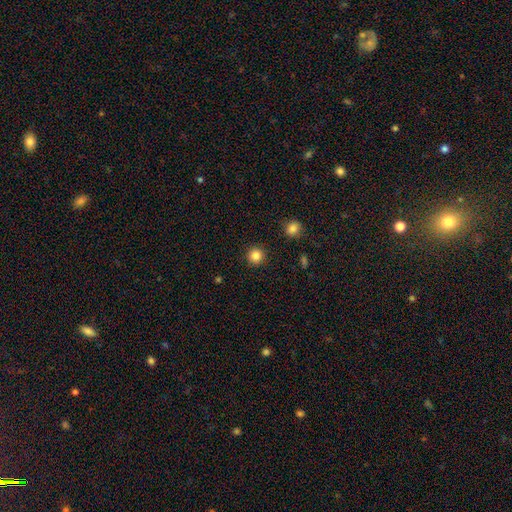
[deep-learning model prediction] A smooth galaxy with no disk features (84%) that is round (95%).

Vote fractions:
- Smooth or featured? smooth: 84% / star or artifact: 11% / featured or disk: 4%
- How rounded? round: 95% / in between: 4% / cigar-shaped: 1%
- Merging? none: 92% / minor disturbance: 5% / major disturbance: 2% / merger: 1%